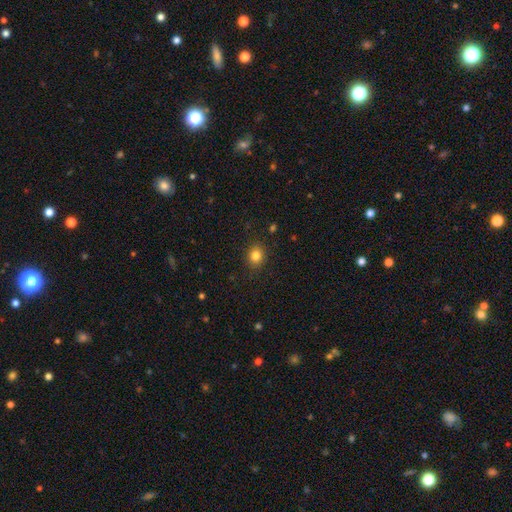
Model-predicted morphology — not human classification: Smooth or featured?
  - smooth: 83% *
  - star or artifact: 12%
  - featured or disk: 6%
How rounded?
  - round: 71% *
  - in between: 28%
  - cigar-shaped: 1%
Merging?
  - none: 89% *
  - minor disturbance: 8%
  - major disturbance: 2%
  - merger: 1%